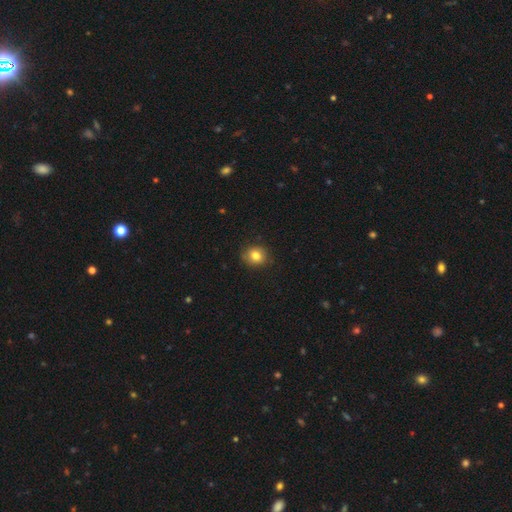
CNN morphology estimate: smooth-or-featured: smooth: 81% | star or artifact: 11% | featured or disk: 8%
  how-rounded: round: 77% | in between: 22% | cigar-shaped: 1%
  merging: none: 85% | minor disturbance: 11% | major disturbance: 2% | merger: 1%